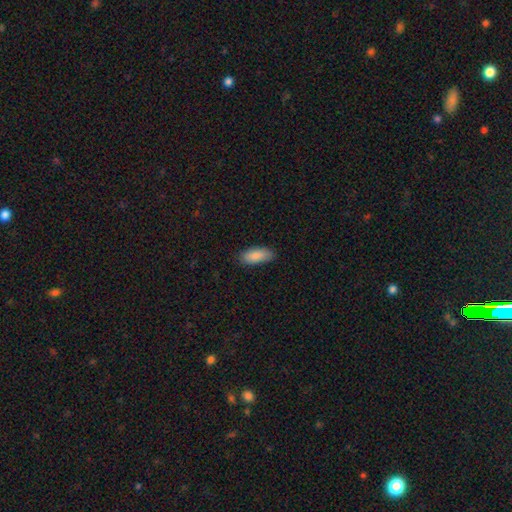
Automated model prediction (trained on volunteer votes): This appears to be a smooth galaxy with no disk features (88%) that is in between round and cigar-shaped (81%). Merging: none (85%).